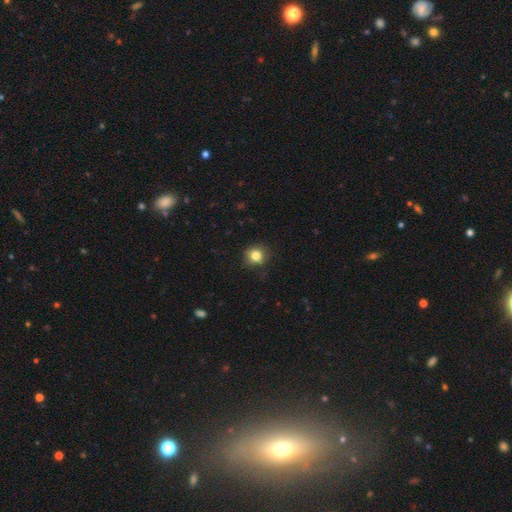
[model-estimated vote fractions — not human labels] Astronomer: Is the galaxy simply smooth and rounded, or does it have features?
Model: smooth — 83%.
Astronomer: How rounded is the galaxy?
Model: round — 88%.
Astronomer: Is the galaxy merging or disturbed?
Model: none — 84%.